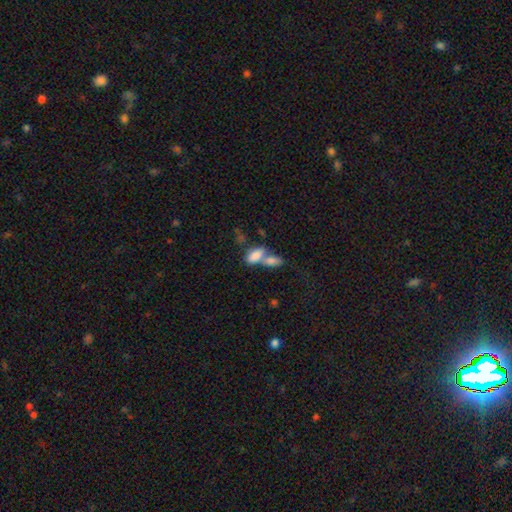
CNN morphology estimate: Smooth or featured? smooth (81%)
How rounded? in between (90%)
Merging? merger (65%)